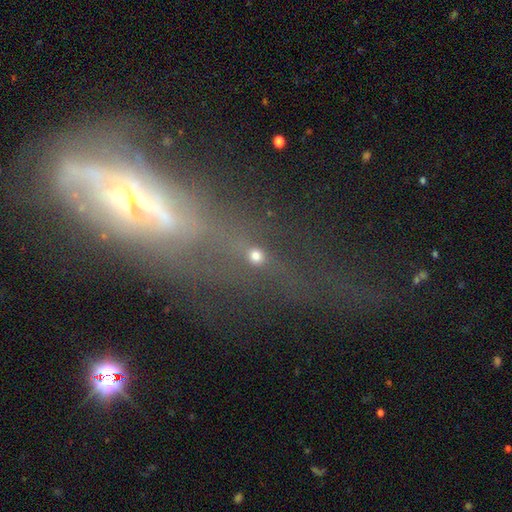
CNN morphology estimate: Smooth or featured? smooth (50%)
How rounded? round (66%)
Merging? none (58%)